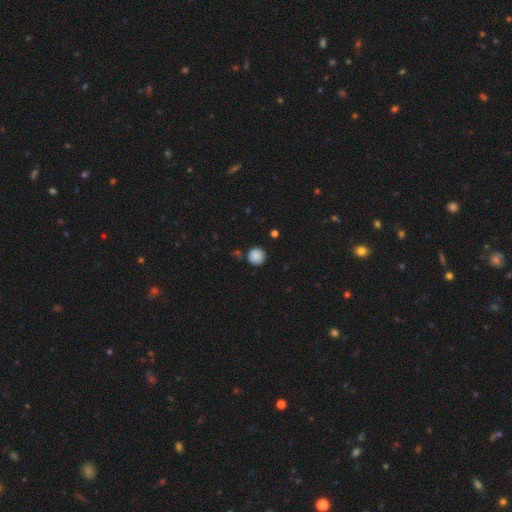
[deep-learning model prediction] smooth 88%, star or artifact 8%, featured or disk 4%. Down the decision tree: how rounded — round (94%); merging — none (83%).